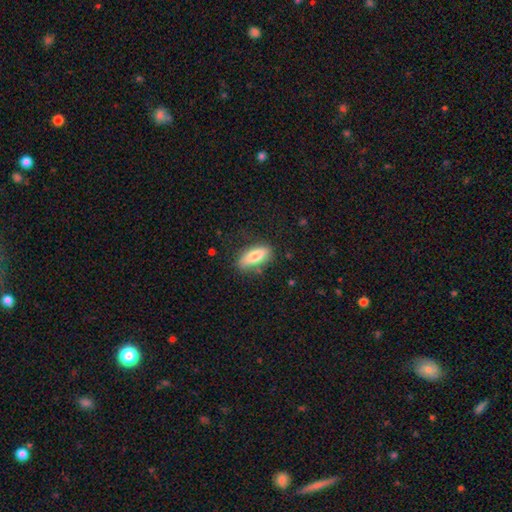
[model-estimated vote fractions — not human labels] This is likely a smooth galaxy (75%). How rounded: likely in between (68%). Merging: likely none (78%).